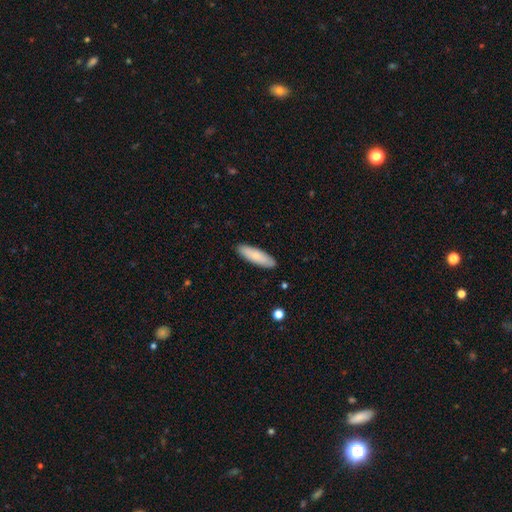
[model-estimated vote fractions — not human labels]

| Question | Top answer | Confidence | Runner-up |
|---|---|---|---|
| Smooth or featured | smooth | 83% | featured or disk (12%) |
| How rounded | cigar-shaped | 59% | in between (40%) |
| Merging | none | 90% | minor disturbance (8%) |